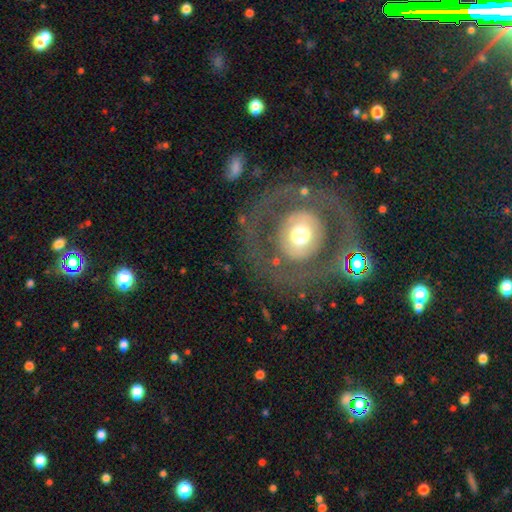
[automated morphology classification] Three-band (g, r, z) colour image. It shows a featured or disk galaxy (64%) with no bar (83%), no spiral arms (72%) and a moderate central bulge (58%). Merging: none (75%).